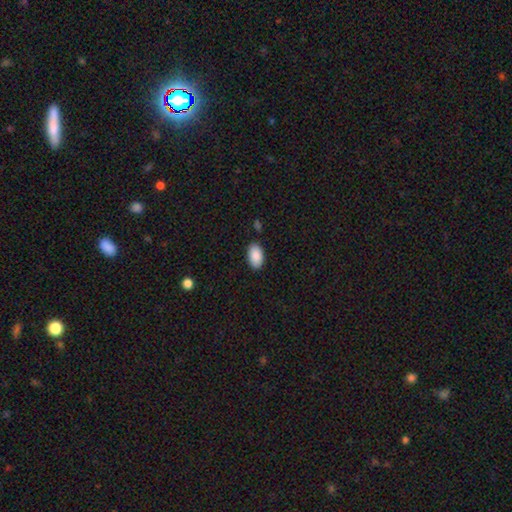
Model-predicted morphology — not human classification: type=smooth (90%); roundness=in between (95%); merging=none (87%).